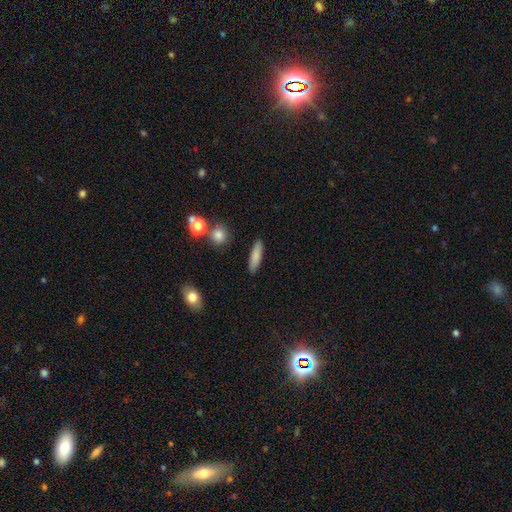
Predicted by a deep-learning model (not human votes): Smooth or featured?
  - smooth: 82% *
  - featured or disk: 10%
  - star or artifact: 8%
How rounded?
  - cigar-shaped: 65% *
  - in between: 32%
  - round: 3%
Merging?
  - none: 88% *
  - minor disturbance: 7%
  - merger: 2%
  - major disturbance: 2%